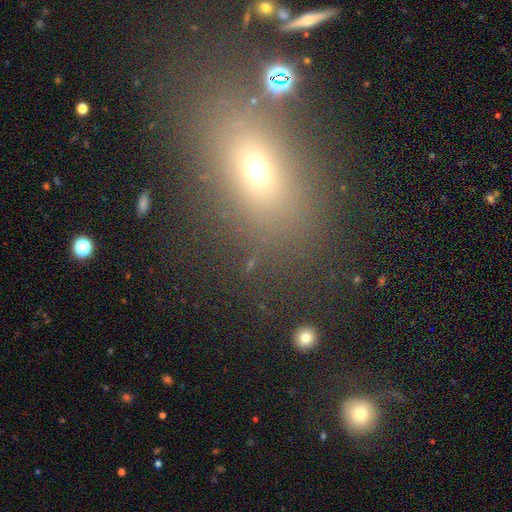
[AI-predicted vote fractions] Smooth or featured? Predicted: smooth (p=0.57). How rounded? Predicted: in between (p=0.67). Merging? Predicted: none (p=0.77).